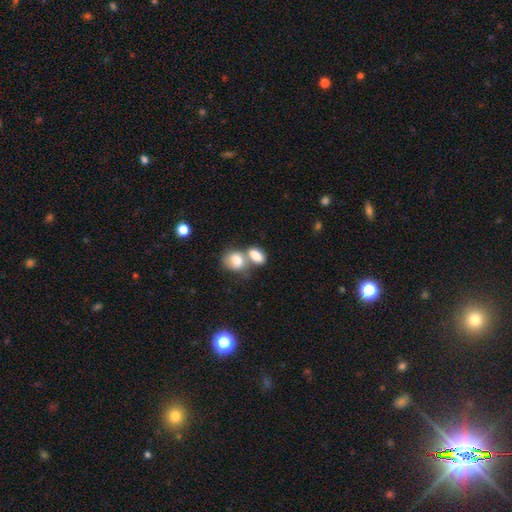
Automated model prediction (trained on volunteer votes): smooth 82%, featured or disk 11%, star or artifact 8%. Down the decision tree: how rounded — in between (83%); merging — merger (61%).